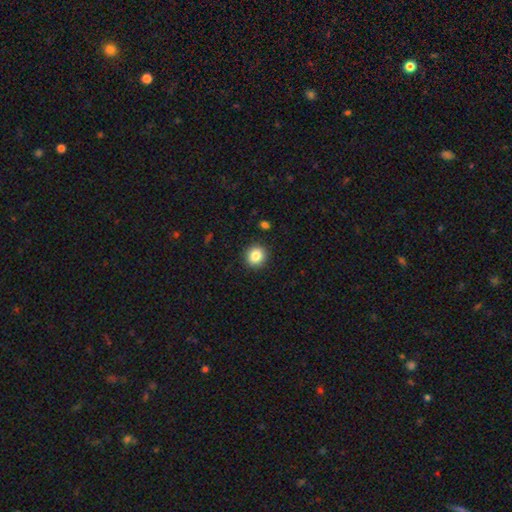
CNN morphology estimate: Smooth or featured?
  - smooth: 85% *
  - star or artifact: 10%
  - featured or disk: 6%
How rounded?
  - round: 89% *
  - in between: 10%
  - cigar-shaped: 1%
Merging?
  - none: 91% *
  - minor disturbance: 6%
  - major disturbance: 2%
  - merger: 1%